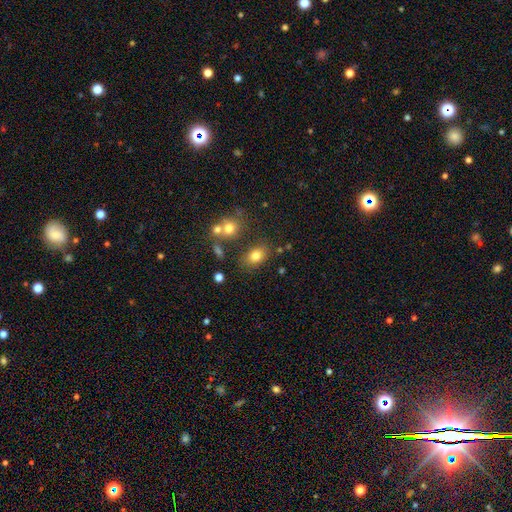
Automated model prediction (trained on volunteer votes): Smooth or featured? Predicted: smooth (p=0.78). How rounded? Predicted: in between (p=0.71). Merging? Predicted: none (p=0.72).